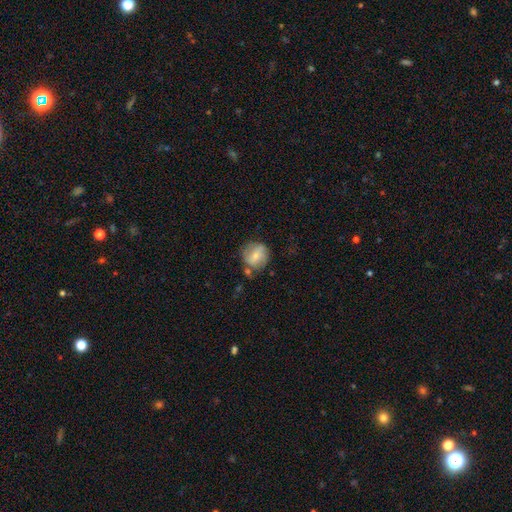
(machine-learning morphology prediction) A smooth galaxy with no disk features (53%) that is round (83%). Merging: none (65%).